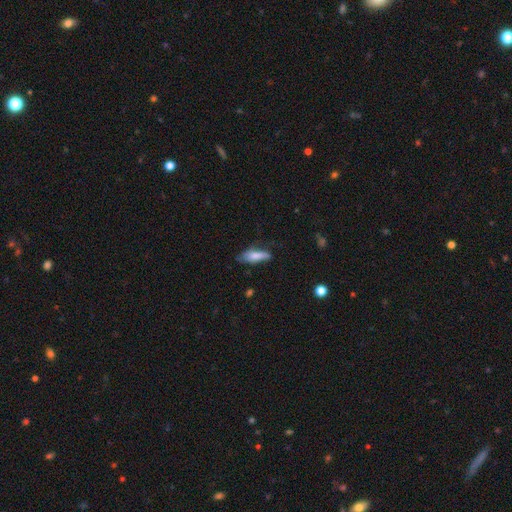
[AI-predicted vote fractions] Overall: smooth (73%). How rounded: in between (56%; cigar-shaped 42%). Merging: none (51%; minor disturbance 33%).